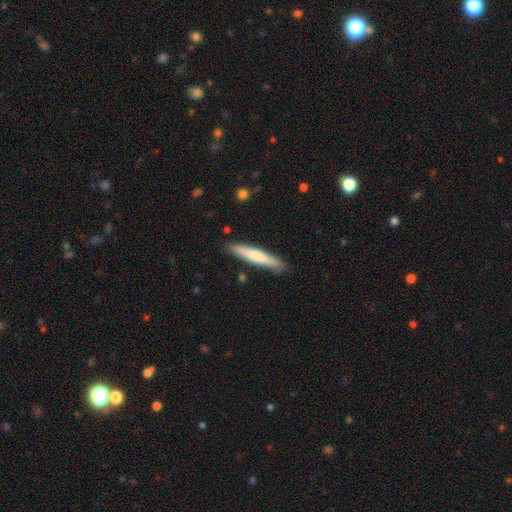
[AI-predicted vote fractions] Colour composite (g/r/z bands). It shows a smooth galaxy with no disk features (69%) that is cigar-shaped (92%). Merging: none (86%).